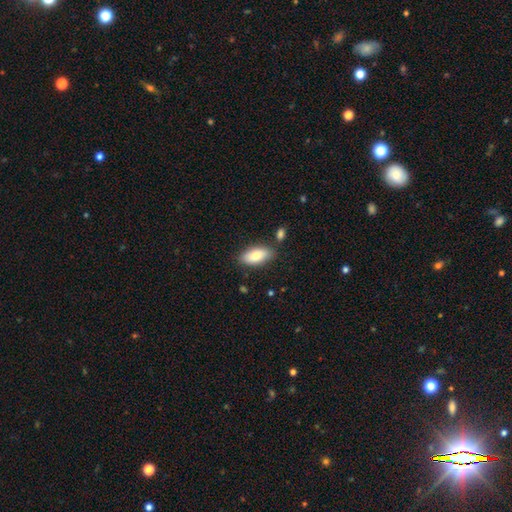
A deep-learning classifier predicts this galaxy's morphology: smooth 79%, featured or disk 15%, star or artifact 7%. Down the decision tree: how rounded — in between (89%); merging — none (80%).